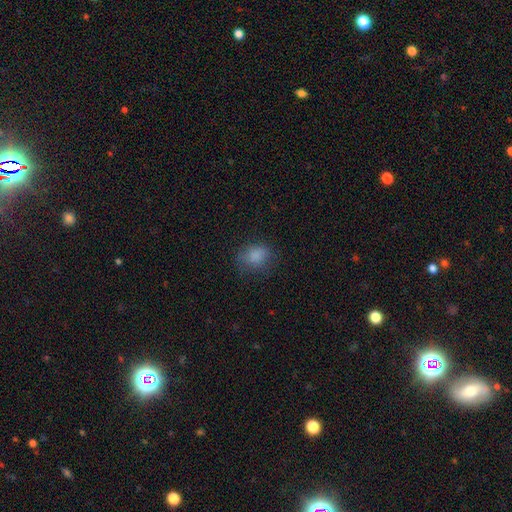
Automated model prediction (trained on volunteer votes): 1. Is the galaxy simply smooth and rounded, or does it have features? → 82% smooth, 11% star or artifact, 6% featured or disk.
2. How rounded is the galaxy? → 51% round, 48% in between, 1% cigar-shaped.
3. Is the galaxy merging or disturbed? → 73% none, 19% minor disturbance, 8% major disturbance, 1% merger.